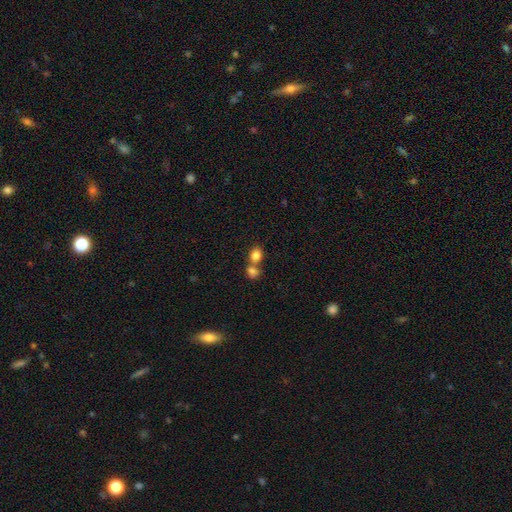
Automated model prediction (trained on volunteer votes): This is clearly a smooth galaxy (83%). How rounded: possibly round (55%). Merging: possibly merger (49%).